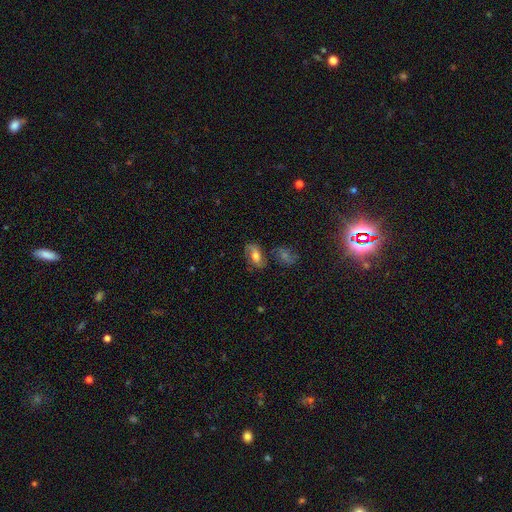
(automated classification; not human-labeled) A smooth galaxy with no disk features (51%) that is in between round and cigar-shaped (87%). Merging: none (65%).